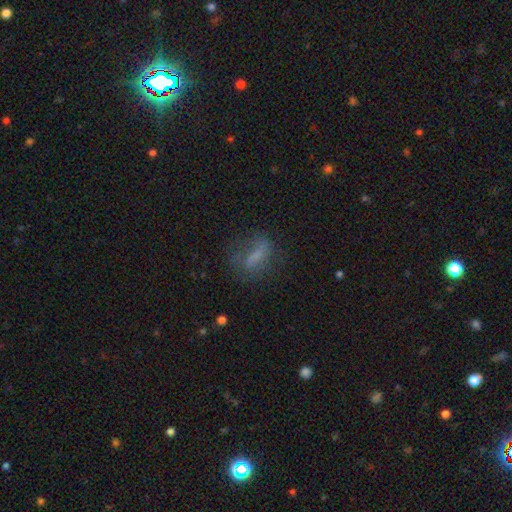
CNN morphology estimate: Smooth or featured? Predicted: smooth (p=0.51). How rounded? Predicted: in between (p=0.61). Merging? Predicted: none (p=0.53).